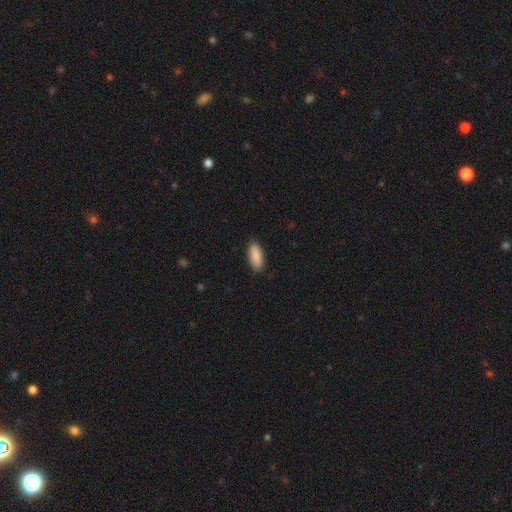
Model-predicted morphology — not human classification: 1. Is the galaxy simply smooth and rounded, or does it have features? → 90% smooth, 6% star or artifact, 4% featured or disk.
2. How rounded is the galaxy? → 79% in between, 19% cigar-shaped, 2% round.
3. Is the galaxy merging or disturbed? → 88% none, 9% minor disturbance, 2% major disturbance, 1% merger.